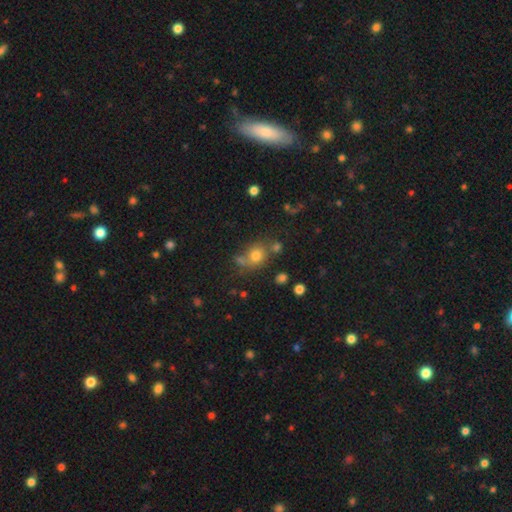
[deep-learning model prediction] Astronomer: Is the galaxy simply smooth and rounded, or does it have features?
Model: smooth — 74%.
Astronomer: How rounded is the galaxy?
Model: round — 72%.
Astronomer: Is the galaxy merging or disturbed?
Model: none — 61%.